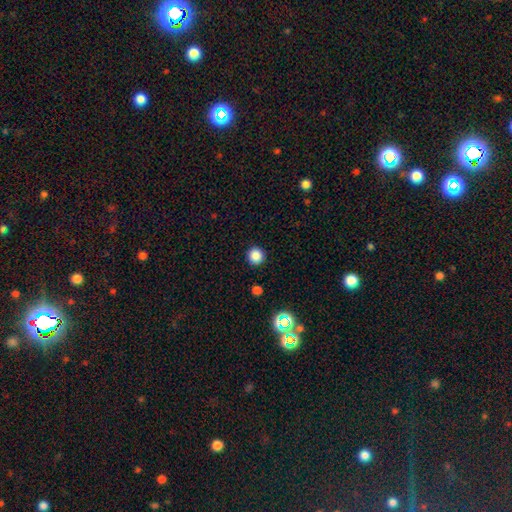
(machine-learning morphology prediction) Overall: smooth (84%). How rounded: round (95%). Merging: none (92%).